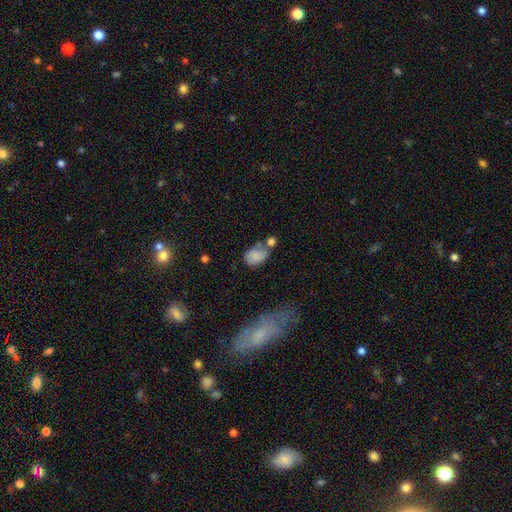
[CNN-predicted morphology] smooth-or-featured: smooth: 80% | featured or disk: 11% | star or artifact: 9%
  how-rounded: in between: 83% | round: 16% | cigar-shaped: 1%
  merging: none: 37% | merger: 28% | minor disturbance: 24% | major disturbance: 11%